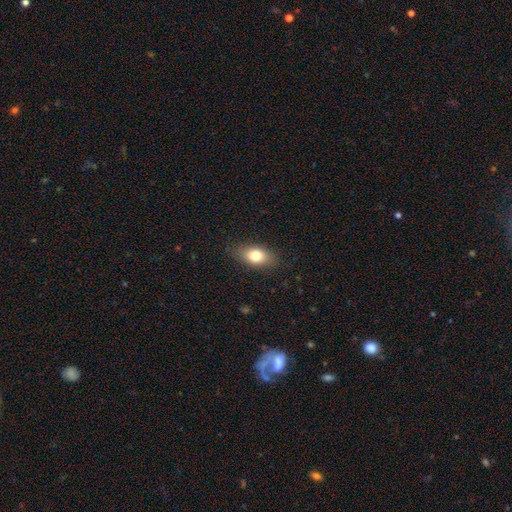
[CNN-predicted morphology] This is likely a smooth galaxy (78%). How rounded: clearly in between (84%). Merging: clearly none (83%).